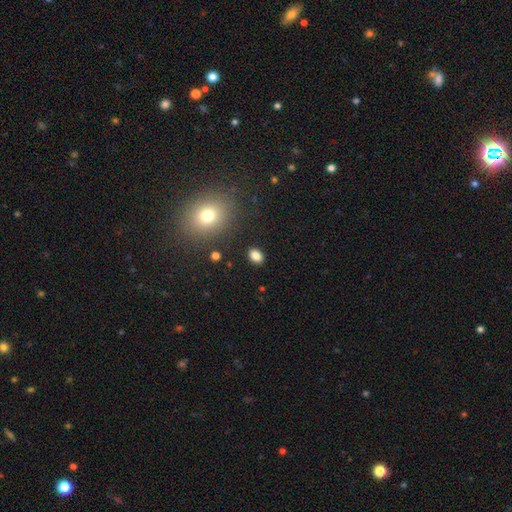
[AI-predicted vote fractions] This appears to be a smooth galaxy with no disk features (84%) that is in between round and cigar-shaped (75%). Merging: none (88%).